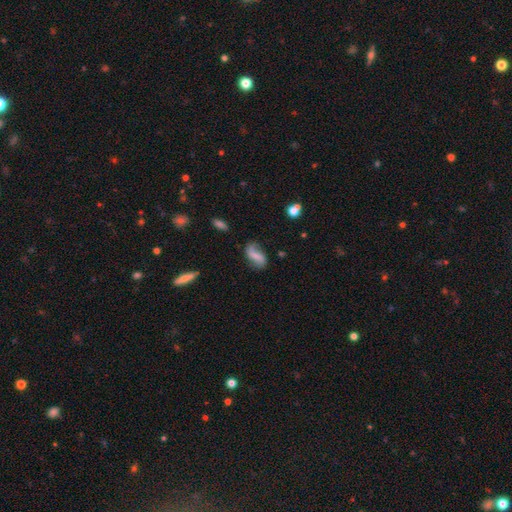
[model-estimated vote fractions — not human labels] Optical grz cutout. It shows a smooth galaxy with no disk features (47%). Merging: none (59%).